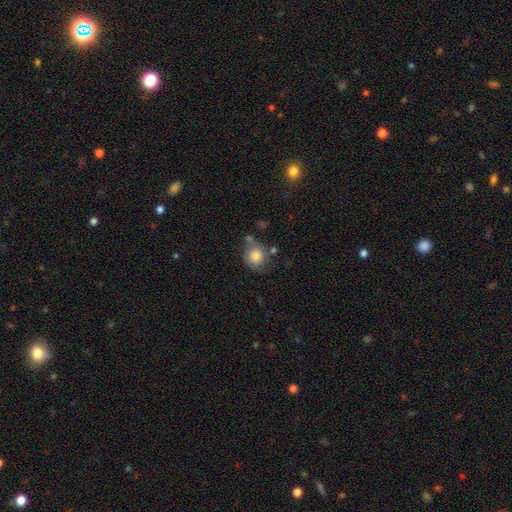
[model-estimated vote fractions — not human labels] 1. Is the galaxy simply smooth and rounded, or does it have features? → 80% smooth, 11% featured or disk, 9% star or artifact.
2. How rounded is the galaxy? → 85% round, 14% in between, 1% cigar-shaped.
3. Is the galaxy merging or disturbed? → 58% none, 22% minor disturbance, 13% merger, 8% major disturbance.